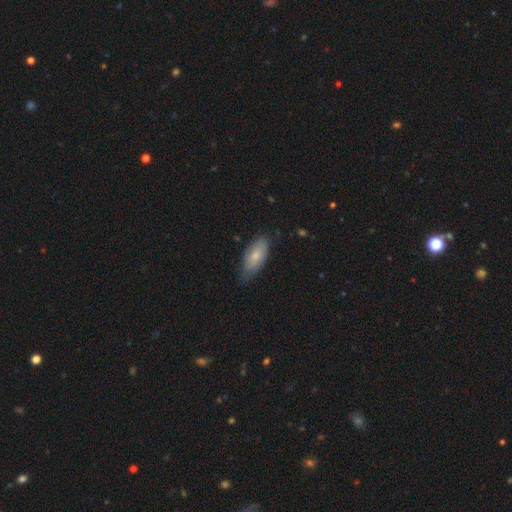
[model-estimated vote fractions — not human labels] Smooth or featured: smooth — 78% (featured or disk — 17%)
How rounded: in between — 85% (cigar-shaped — 13%)
Merging: none — 68% (minor disturbance — 26%)